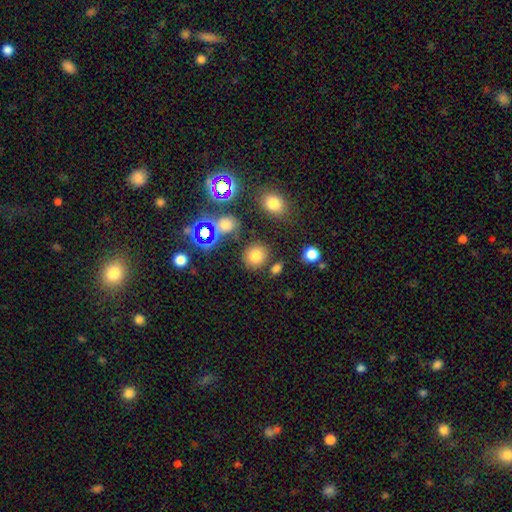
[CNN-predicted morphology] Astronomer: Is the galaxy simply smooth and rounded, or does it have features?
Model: smooth — 74%.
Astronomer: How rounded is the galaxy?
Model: round — 81%.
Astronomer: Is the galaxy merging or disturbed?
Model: none — 79%.